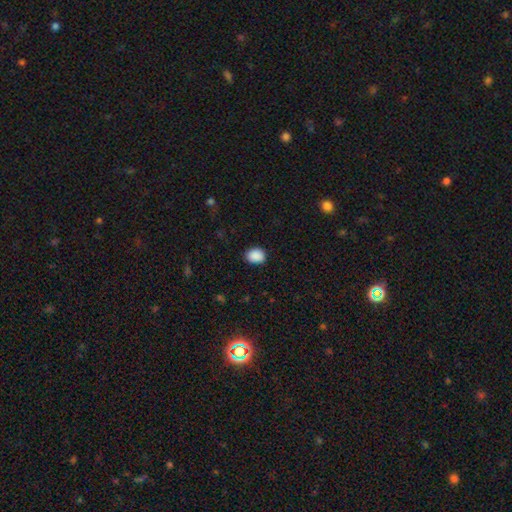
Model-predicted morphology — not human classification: smooth 89%, star or artifact 8%, featured or disk 3%. Down the decision tree: how rounded — round (50%); merging — none (86%).